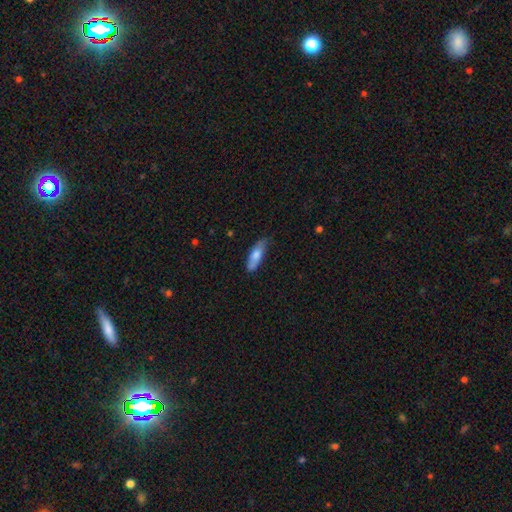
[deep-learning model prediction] A smooth galaxy with no disk features (74%) that is in between round and cigar-shaped (52%).

Vote fractions:
- Smooth or featured? smooth: 74% / featured or disk: 20% / star or artifact: 6%
- How rounded? in between: 52% / cigar-shaped: 46% / round: 2%
- Merging? none: 64% / minor disturbance: 28% / major disturbance: 5% / merger: 2%